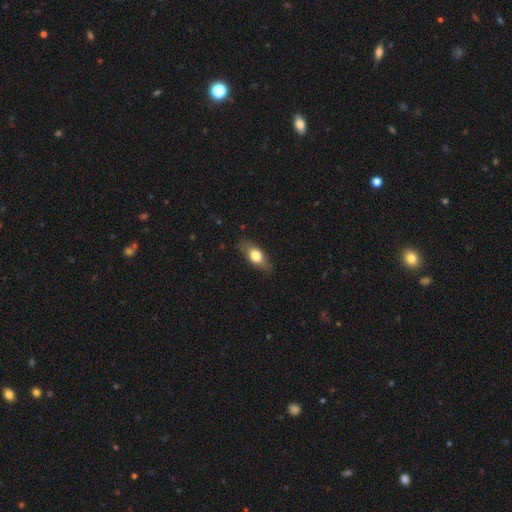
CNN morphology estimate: The model was most divided on "smooth or featured": smooth: 69%, featured or disk: 24%, star or artifact: 7%. More confident: merging — none (80%); how rounded — in between (78%).